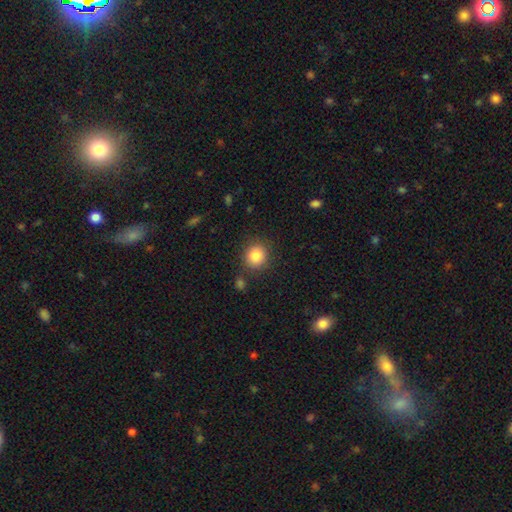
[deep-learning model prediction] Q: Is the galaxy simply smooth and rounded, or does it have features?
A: smooth — 85%.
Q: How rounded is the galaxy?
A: round — 85%.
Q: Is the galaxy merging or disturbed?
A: none — 84%.